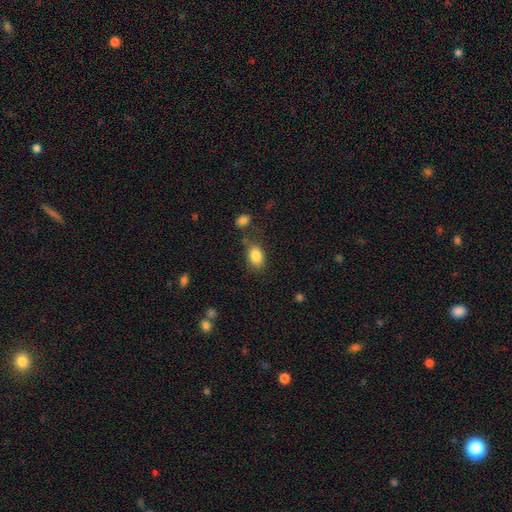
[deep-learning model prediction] Q: Smooth or featured?
A: smooth (85%); runner-up: star or artifact (8%)
Q: How rounded?
A: in between (86%); runner-up: round (13%)
Q: Merging?
A: none (72%); runner-up: minor disturbance (16%)